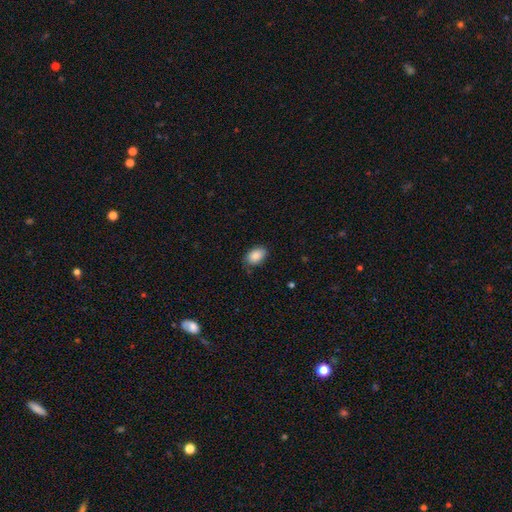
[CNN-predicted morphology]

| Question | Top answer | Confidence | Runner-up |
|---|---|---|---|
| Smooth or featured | smooth | 88% | star or artifact (7%) |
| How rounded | in between | 88% | round (11%) |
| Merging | none | 81% | minor disturbance (15%) |